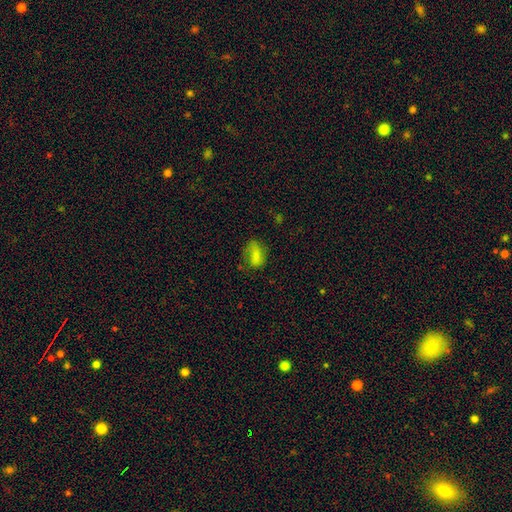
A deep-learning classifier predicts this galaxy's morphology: smooth 71%, featured or disk 18%, star or artifact 11%. Down the decision tree: how rounded — in between (84%); merging — none (53%).